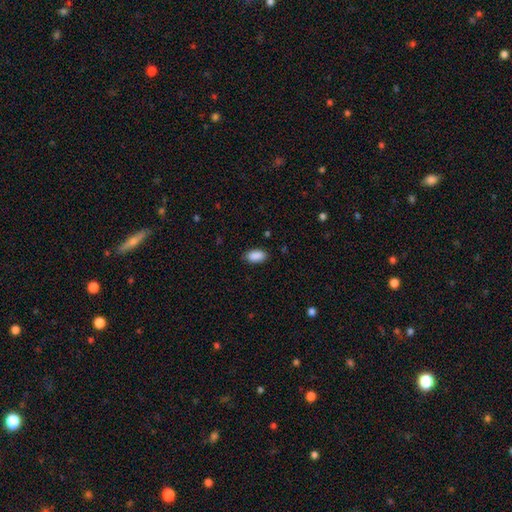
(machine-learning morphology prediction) smooth-or-featured: smooth: 90% | star or artifact: 7% | featured or disk: 3%
  how-rounded: in between: 93% | round: 4% | cigar-shaped: 3%
  merging: none: 86% | minor disturbance: 11% | major disturbance: 2% | merger: 1%